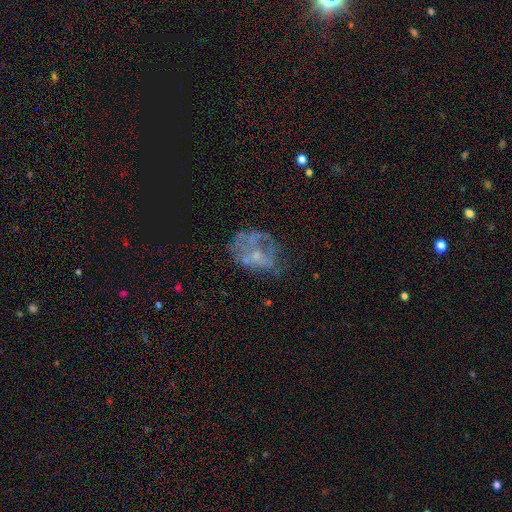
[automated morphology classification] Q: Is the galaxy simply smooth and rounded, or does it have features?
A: featured or disk — 58%.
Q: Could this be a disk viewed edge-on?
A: no — 98%.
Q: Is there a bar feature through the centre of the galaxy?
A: no — 88%.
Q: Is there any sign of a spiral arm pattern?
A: no — 83%.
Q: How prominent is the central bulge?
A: small — 39%.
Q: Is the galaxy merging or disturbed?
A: none — 42%.